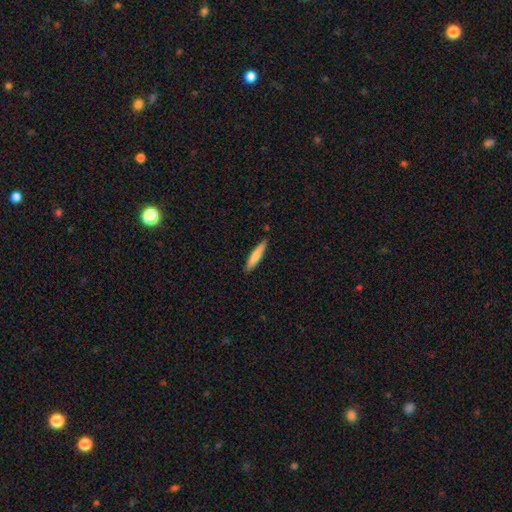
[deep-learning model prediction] smooth-or-featured: smooth: 73% | featured or disk: 22% | star or artifact: 5%
  how-rounded: cigar-shaped: 87% | in between: 12% | round: 1%
  merging: none: 88% | minor disturbance: 9% | major disturbance: 2% | merger: 1%